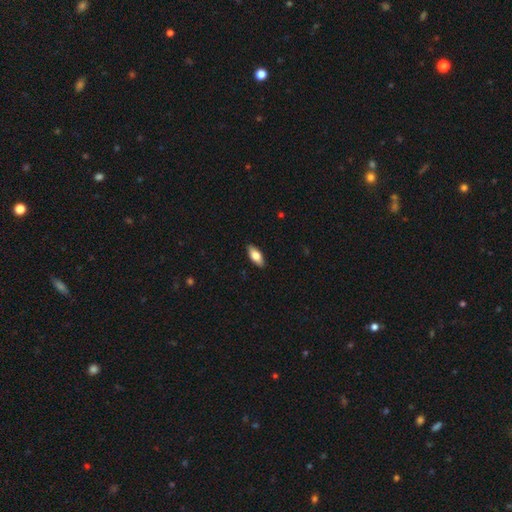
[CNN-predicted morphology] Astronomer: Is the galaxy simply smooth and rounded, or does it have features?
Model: smooth — 71%.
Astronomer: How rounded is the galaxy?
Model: in between — 80%.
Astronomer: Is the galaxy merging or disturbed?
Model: none — 89%.